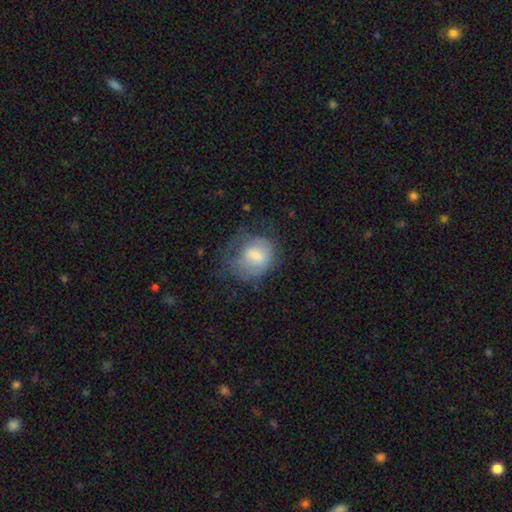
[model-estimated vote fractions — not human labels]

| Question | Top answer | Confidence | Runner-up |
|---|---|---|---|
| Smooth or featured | smooth | 61% | featured or disk (30%) |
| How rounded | round | 61% | in between (38%) |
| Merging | none | 37% | major disturbance (33%) |